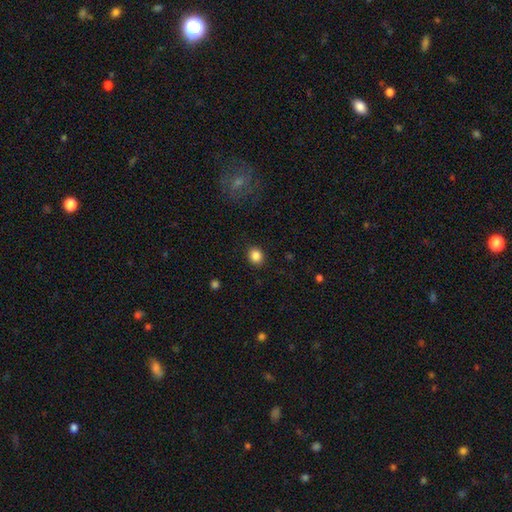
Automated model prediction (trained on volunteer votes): smooth-or-featured: smooth: 86% | star or artifact: 10% | featured or disk: 4%
  how-rounded: round: 72% | in between: 27% | cigar-shaped: 1%
  merging: none: 89% | minor disturbance: 7% | major disturbance: 2% | merger: 1%